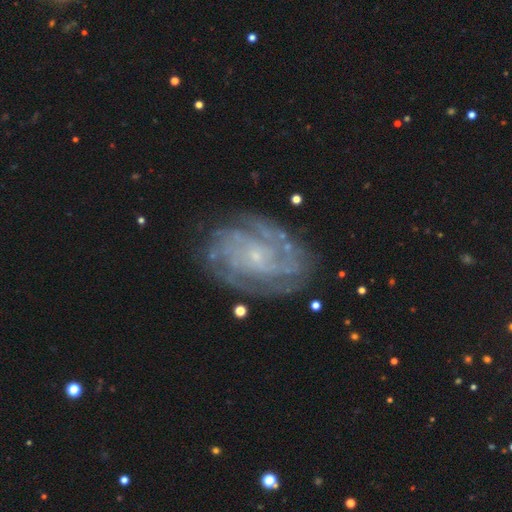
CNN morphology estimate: smooth_or_featured: featured or disk (p=0.85) [alt: smooth p=0.08]
disk_edge_on: no (p=0.97) [alt: yes p=0.03]
bar: no (p=0.72) [alt: weak p=0.23]
has_spiral_arms: yes (p=0.95) [alt: no p=0.05]
spiral_winding: tight (p=0.63) [alt: medium p=0.29]
spiral_arm_count: can't tell (p=0.33) [alt: 4 p=0.18]
bulge_size: small (p=0.82) [alt: moderate p=0.08]
merging: none (p=0.76) [alt: minor disturbance p=0.16]